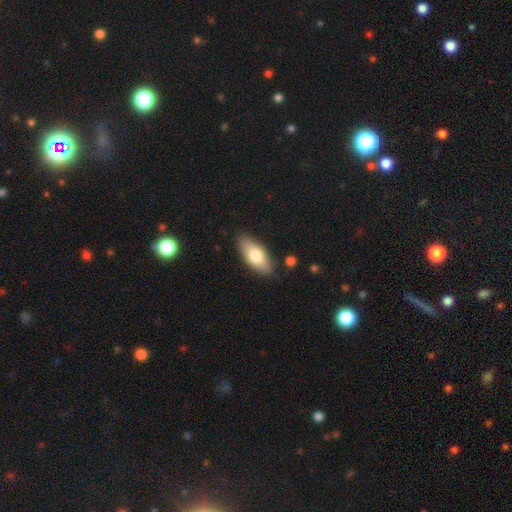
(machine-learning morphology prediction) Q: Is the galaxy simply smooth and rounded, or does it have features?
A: smooth — 75%.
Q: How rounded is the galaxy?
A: in between — 83%.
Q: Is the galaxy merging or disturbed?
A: none — 84%.